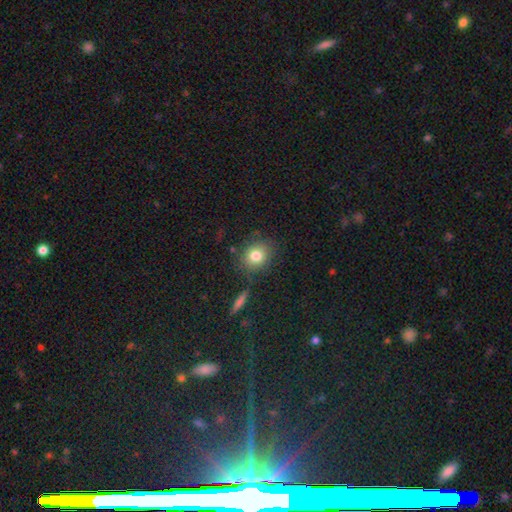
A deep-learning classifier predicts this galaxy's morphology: type=smooth (80%); roundness=round (70%); merging=none (80%).